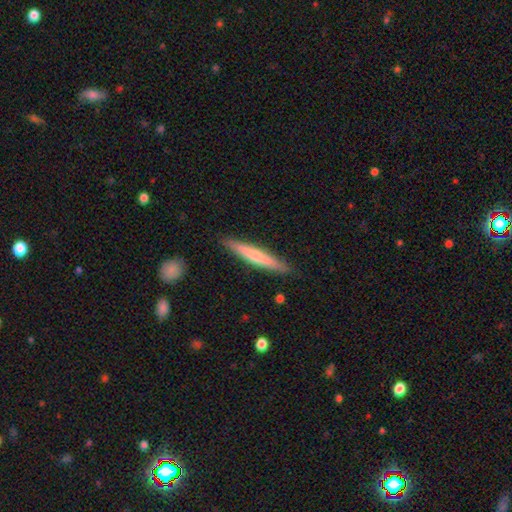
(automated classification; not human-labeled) Smooth or featured? Predicted: smooth (p=0.55). How rounded? Predicted: cigar-shaped (p=0.95). Merging? Predicted: none (p=0.89).